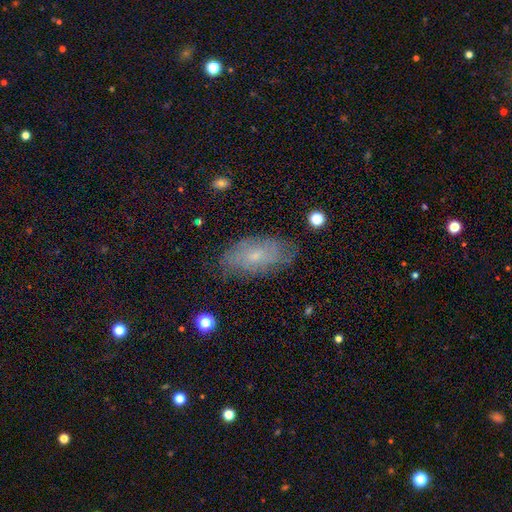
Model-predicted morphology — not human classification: The model was most divided on "smooth or featured": featured or disk: 49%, smooth: 41%, star or artifact: 10%. More confident: merging — none (74%).